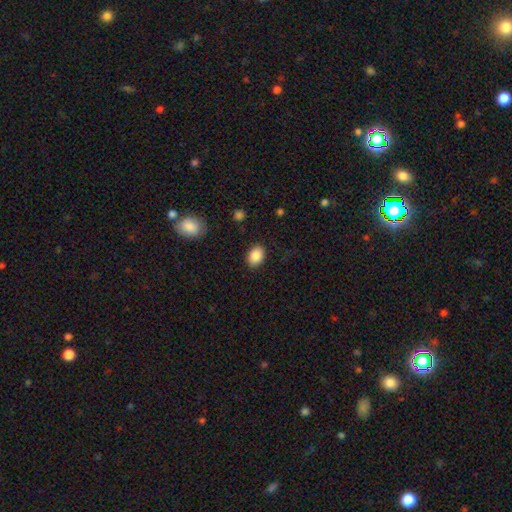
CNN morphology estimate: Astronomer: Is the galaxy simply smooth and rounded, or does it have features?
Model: smooth — 88%.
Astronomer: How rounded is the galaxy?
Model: in between — 75%.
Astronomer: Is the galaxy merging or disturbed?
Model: none — 88%.